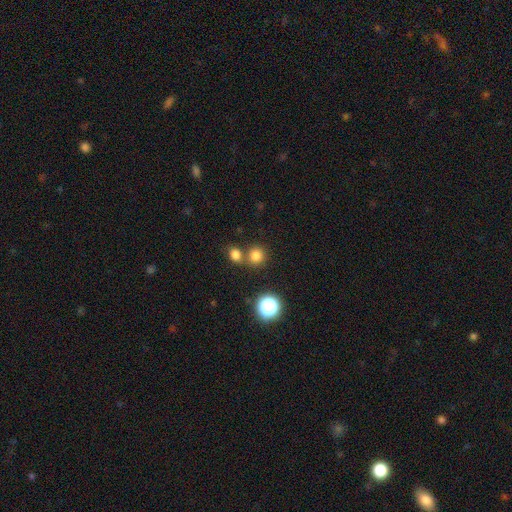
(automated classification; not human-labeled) A smooth galaxy with no disk features (78%) that is round (89%).

Vote fractions:
- Smooth or featured? smooth: 78% / star or artifact: 16% / featured or disk: 6%
- How rounded? round: 89% / in between: 10% / cigar-shaped: 1%
- Merging? none: 65% / merger: 25% / minor disturbance: 7% / major disturbance: 3%